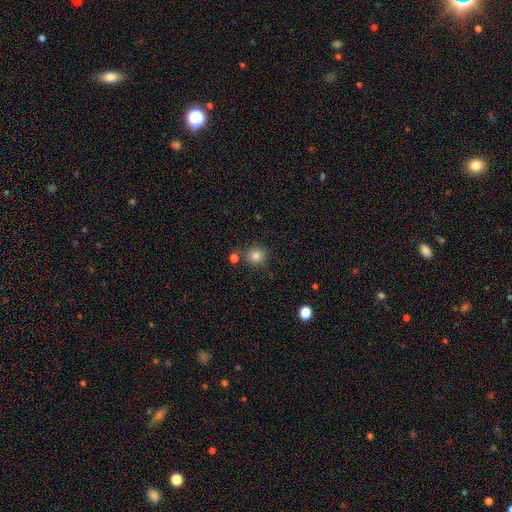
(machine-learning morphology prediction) Smooth or featured? smooth (82%)
How rounded? round (92%)
Merging? none (79%)